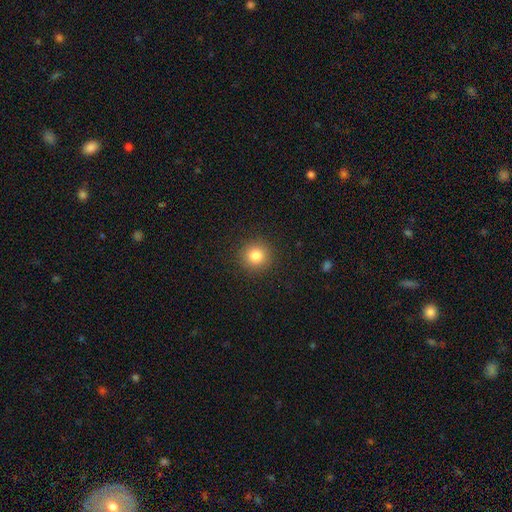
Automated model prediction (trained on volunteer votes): Q: Smooth or featured?
A: smooth (82%); runner-up: star or artifact (12%)
Q: How rounded?
A: round (93%); runner-up: in between (6%)
Q: Merging?
A: none (91%); runner-up: minor disturbance (6%)